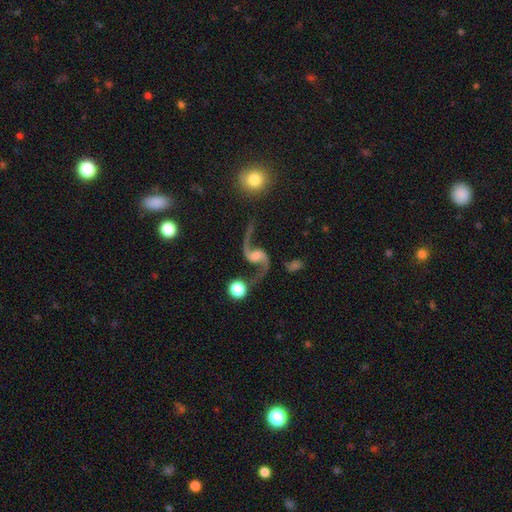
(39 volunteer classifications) A featured or disk galaxy (90%) with no bar (63%), 2 (100%) loose (94%) spiral arms (94%) and a moderate central bulge (29%, tied with small).

Vote fractions:
- Smooth or featured? featured or disk: 90% / star or artifact: 8% / smooth: 3%
- Edge-on disk? no: 100% / yes: 0%
- Bar? no: 63% / weak: 31% / strong: 6%
- Spiral arms? yes: 94% / no: 6%
- Spiral winding? loose: 94% / medium: 6% / tight: 0%
- Spiral arm count? 2: 100% / 1: 0% / 3: 0% / 4: 0% / more than 4: 0% / can't tell: 0%
- Bulge size? moderate: 29% (tied) / small: 29% (tied) / none: 26% / large: 11% / dominant: 6%
- Merging? none: 86% / minor disturbance: 8% / major disturbance: 3% / merger: 3%